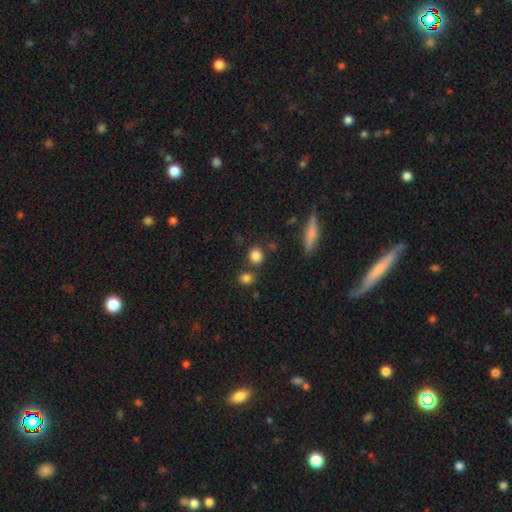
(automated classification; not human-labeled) Q: Smooth or featured?
A: smooth (83%); runner-up: star or artifact (11%)
Q: How rounded?
A: round (78%); runner-up: in between (19%)
Q: Merging?
A: none (75%); runner-up: merger (12%)